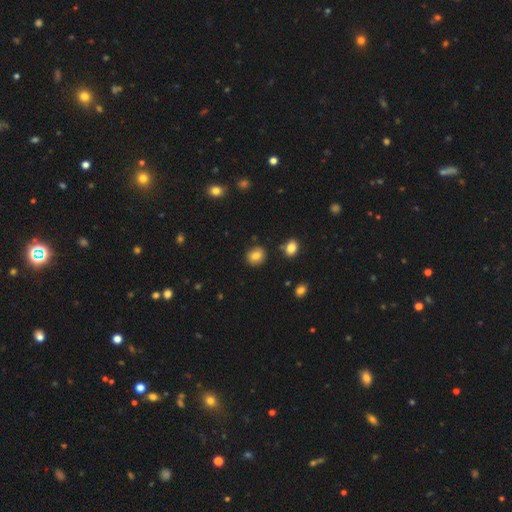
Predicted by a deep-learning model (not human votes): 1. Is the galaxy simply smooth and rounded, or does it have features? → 82% smooth, 10% star or artifact, 8% featured or disk.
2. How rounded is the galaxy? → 78% round, 21% in between, 1% cigar-shaped.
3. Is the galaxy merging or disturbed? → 85% none, 9% minor disturbance, 3% merger, 2% major disturbance.